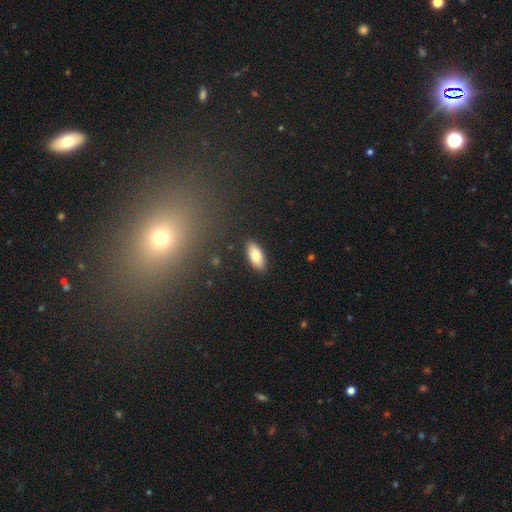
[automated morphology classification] This appears to be a smooth galaxy with no disk features (83%) that is in between round and cigar-shaped (86%). Merging: none (88%).